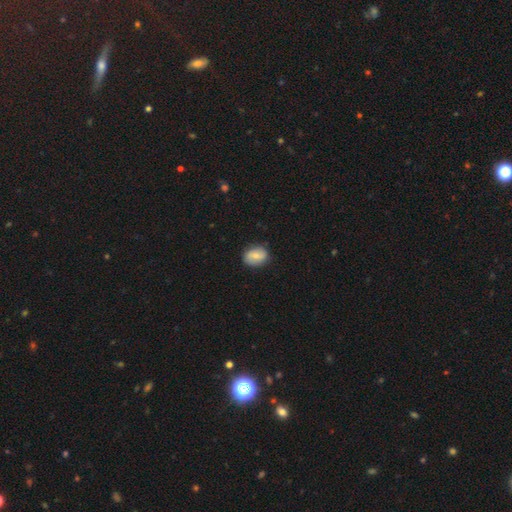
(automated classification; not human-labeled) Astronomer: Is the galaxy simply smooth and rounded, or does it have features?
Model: smooth — 63%.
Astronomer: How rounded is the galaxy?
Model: in between — 62%.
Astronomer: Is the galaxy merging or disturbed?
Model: none — 83%.